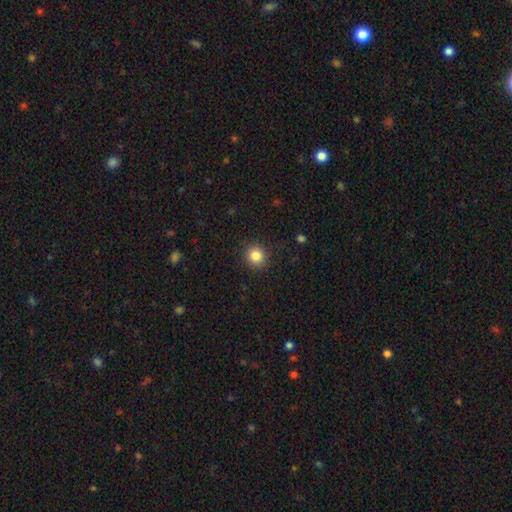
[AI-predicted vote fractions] Overall: smooth (84%). How rounded: round (90%). Merging: none (90%).